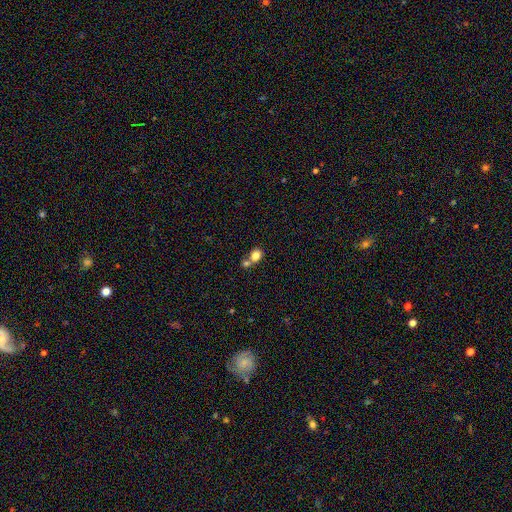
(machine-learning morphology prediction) The model was most divided on "merging": merger: 52%, none: 36%, minor disturbance: 8%, major disturbance: 4%. More confident: smooth or featured — smooth (80%); how rounded — round (59%).